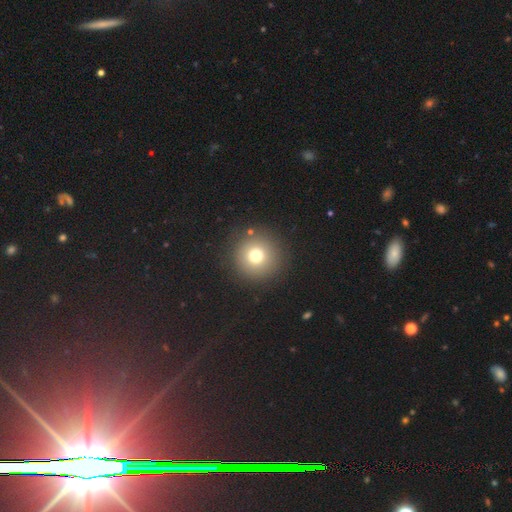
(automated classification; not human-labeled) smooth 73%, star or artifact 15%, featured or disk 12%. Down the decision tree: how rounded — round (96%); merging — none (89%).